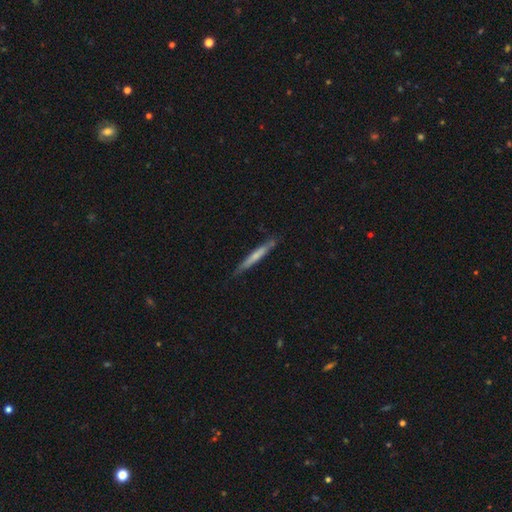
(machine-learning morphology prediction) This is possibly a smooth galaxy (55%). How rounded: clearly cigar-shaped (95%). Merging: clearly none (81%).